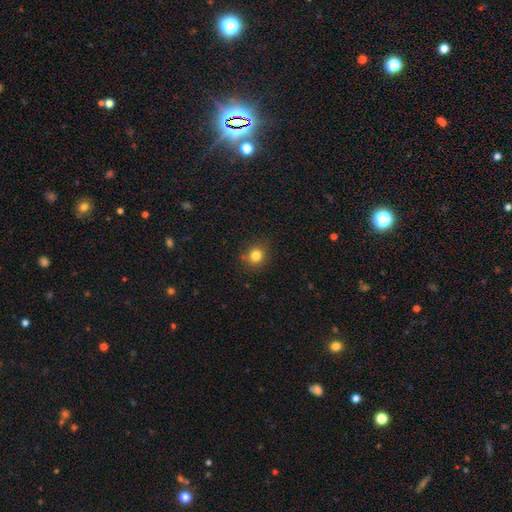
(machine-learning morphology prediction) smooth_or_featured: smooth (p=0.82) [alt: star or artifact p=0.13]
how_rounded: round (p=0.87) [alt: in between p=0.12]
merging: none (p=0.84) [alt: minor disturbance p=0.11]